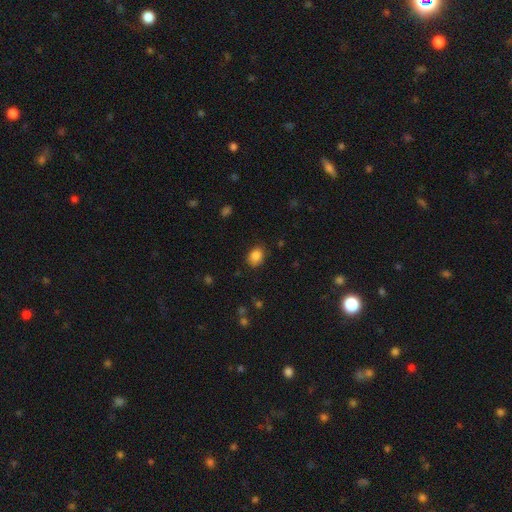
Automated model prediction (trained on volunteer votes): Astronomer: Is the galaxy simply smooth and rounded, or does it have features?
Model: smooth — 86%.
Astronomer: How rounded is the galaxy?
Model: in between — 57% (runner-up: round, 42%).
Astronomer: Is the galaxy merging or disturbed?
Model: none — 79%.